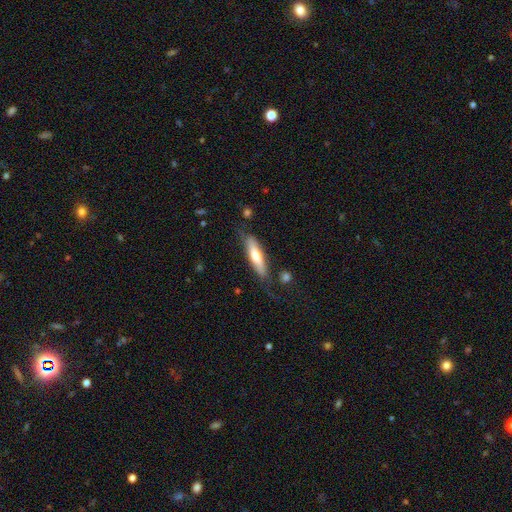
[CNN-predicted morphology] The model was most divided on "smooth or featured": smooth: 60%, featured or disk: 34%, star or artifact: 5%. More confident: how rounded — cigar-shaped (72%); merging — none (70%).